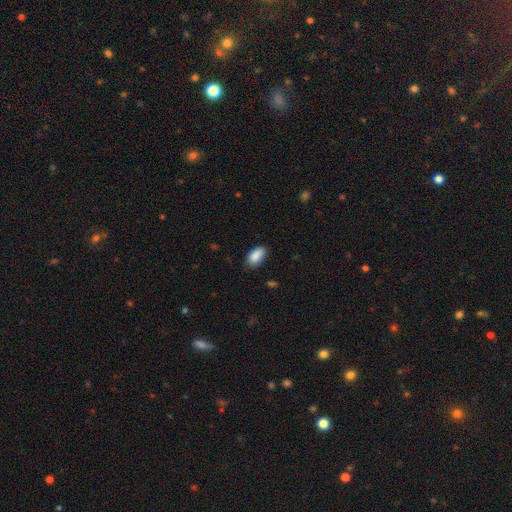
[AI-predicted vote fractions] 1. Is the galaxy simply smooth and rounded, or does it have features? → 89% smooth, 7% star or artifact, 4% featured or disk.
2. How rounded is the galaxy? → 93% in between, 5% round, 2% cigar-shaped.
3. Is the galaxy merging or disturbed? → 81% none, 15% minor disturbance, 3% major disturbance, 1% merger.